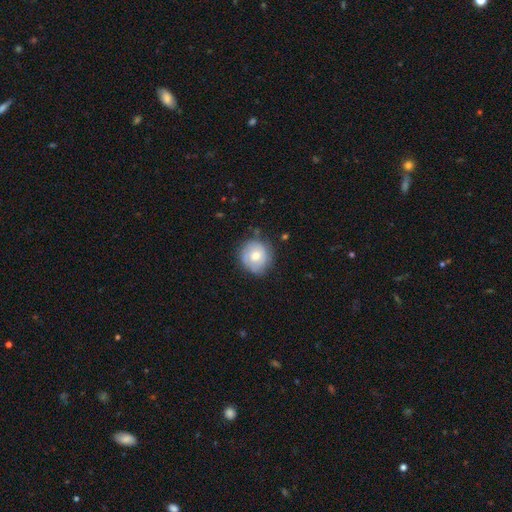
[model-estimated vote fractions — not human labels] Smooth or featured?
  - smooth: 58% *
  - featured or disk: 34%
  - star or artifact: 7%
How rounded?
  - round: 88% *
  - in between: 11%
  - cigar-shaped: 1%
Merging?
  - none: 73% *
  - minor disturbance: 20%
  - major disturbance: 5%
  - merger: 2%